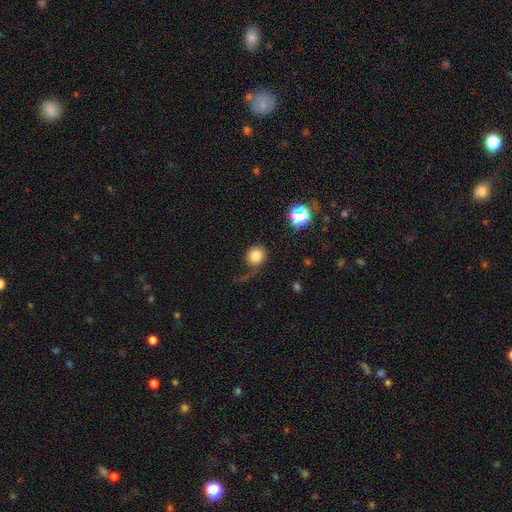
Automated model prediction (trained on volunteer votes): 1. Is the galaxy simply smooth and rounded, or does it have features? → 79% smooth, 12% star or artifact, 9% featured or disk.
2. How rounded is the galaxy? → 86% round, 13% in between, 1% cigar-shaped.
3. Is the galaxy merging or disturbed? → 59% none, 19% minor disturbance, 18% major disturbance, 4% merger.